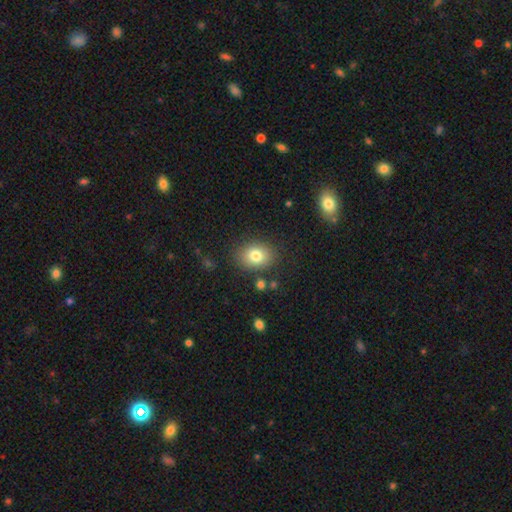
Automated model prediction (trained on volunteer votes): The model was most divided on "how rounded": in between: 58%, round: 41%, cigar-shaped: 1%. More confident: merging — none (83%); smooth or featured — smooth (79%).